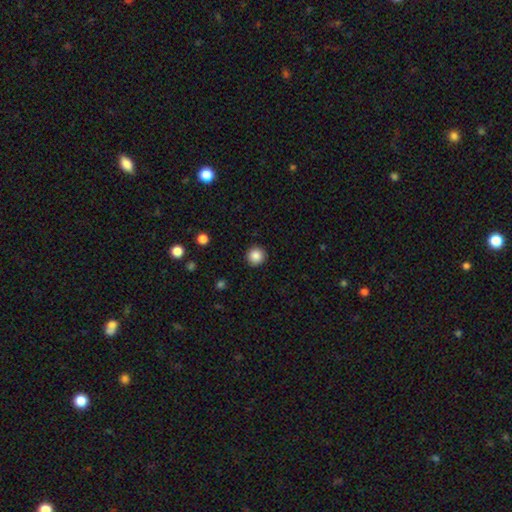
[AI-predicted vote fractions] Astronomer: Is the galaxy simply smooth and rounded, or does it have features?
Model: smooth — 87%.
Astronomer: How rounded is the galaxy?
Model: round — 95%.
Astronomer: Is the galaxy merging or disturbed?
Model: none — 93%.